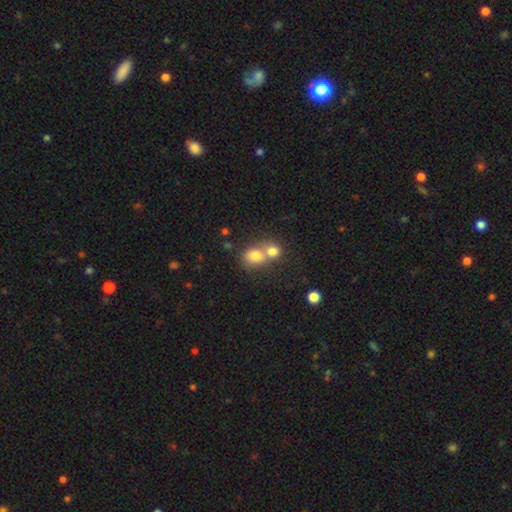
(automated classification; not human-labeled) The model was most divided on "how rounded": round: 62%, in between: 37%, cigar-shaped: 1%. More confident: smooth or featured — smooth (77%); merging — merger (61%).